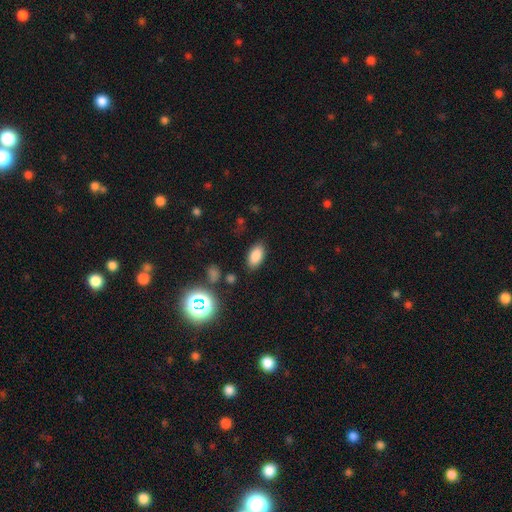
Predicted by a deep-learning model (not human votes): This appears to be a smooth galaxy with no disk features (83%) that is in between round and cigar-shaped (92%). Merging: none (83%).